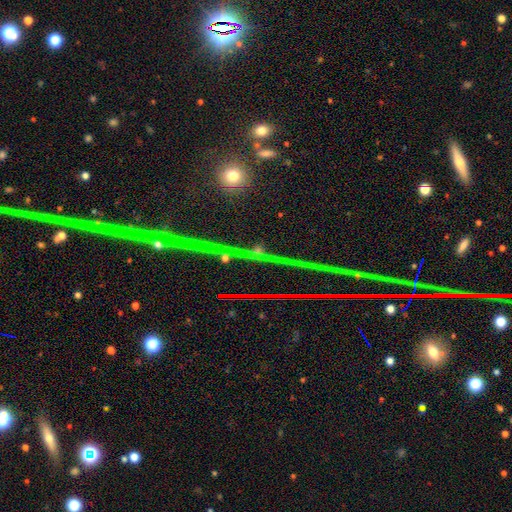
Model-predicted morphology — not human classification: Q: Smooth or featured?
A: star or artifact (76%); runner-up: featured or disk (13%)